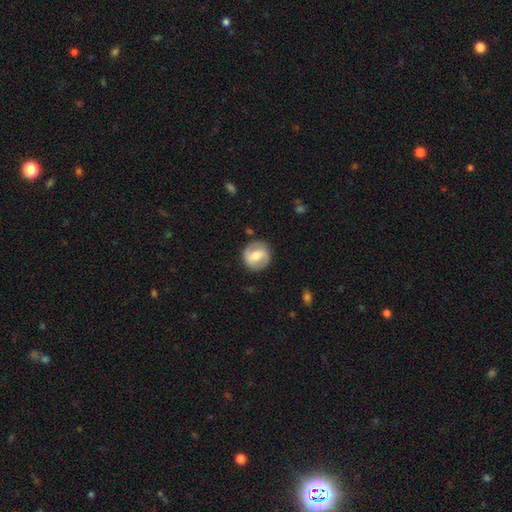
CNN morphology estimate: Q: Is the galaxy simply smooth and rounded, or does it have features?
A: featured or disk — 51%.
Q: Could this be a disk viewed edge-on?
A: no — 96%.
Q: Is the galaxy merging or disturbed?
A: none — 85%.